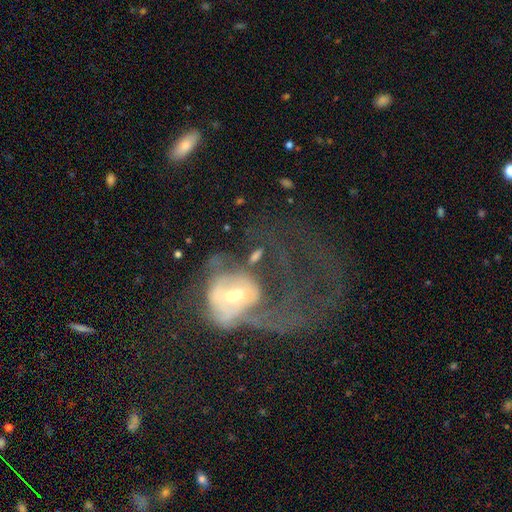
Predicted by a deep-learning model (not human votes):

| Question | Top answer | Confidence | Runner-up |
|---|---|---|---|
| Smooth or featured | featured or disk | 55% | smooth (30%) |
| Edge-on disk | no | 94% | yes (6%) |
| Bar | no | 74% | weak (18%) |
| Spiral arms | yes | 53% | no (47%) |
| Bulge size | moderate | 46% | small (41%) |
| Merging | merger | 51% | none (20%) |